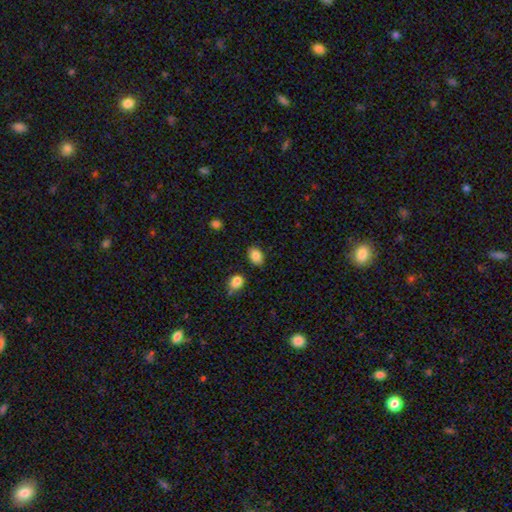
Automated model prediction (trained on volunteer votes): smooth_or_featured: smooth (p=0.85) [alt: star or artifact p=0.09]
how_rounded: in between (p=0.72) [alt: round p=0.27]
merging: none (p=0.82) [alt: minor disturbance p=0.12]